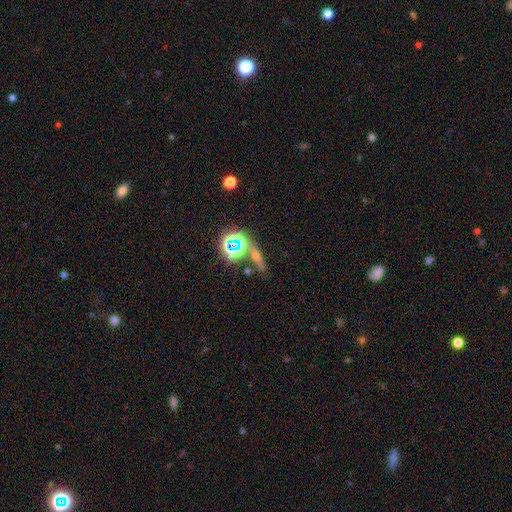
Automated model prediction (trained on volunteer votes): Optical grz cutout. It shows a star or artifact, not a galaxy (40%).